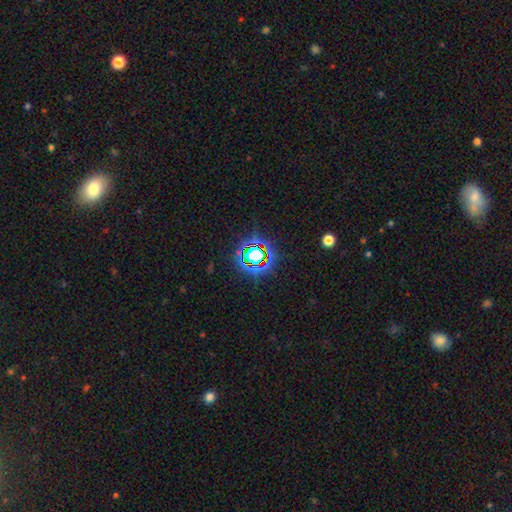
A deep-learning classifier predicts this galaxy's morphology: type=star or artifact (72%).